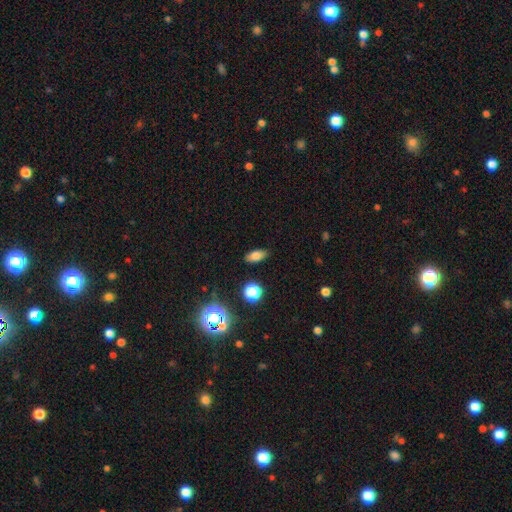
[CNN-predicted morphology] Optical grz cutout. It shows a smooth galaxy with no disk features (77%) that is in between round and cigar-shaped (85%). Merging: none (87%).